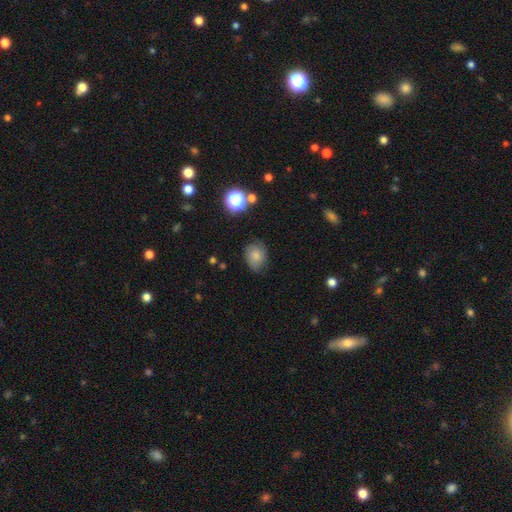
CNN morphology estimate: Q: Smooth or featured?
A: smooth (72%); runner-up: featured or disk (16%)
Q: How rounded?
A: in between (52%); runner-up: round (47%)
Q: Merging?
A: none (70%); runner-up: minor disturbance (23%)